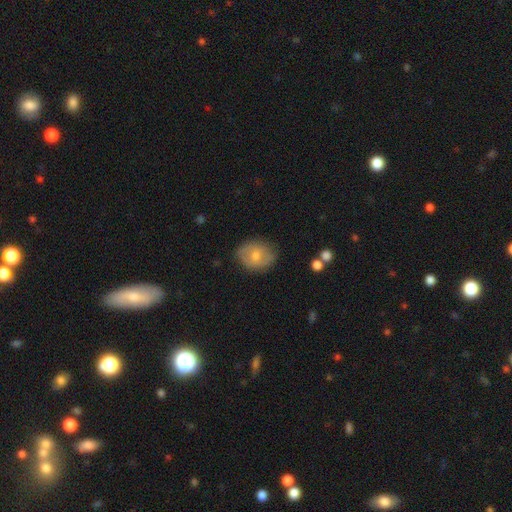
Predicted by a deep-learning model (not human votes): smooth_or_featured: smooth (p=0.60) [alt: featured or disk p=0.33]
how_rounded: in between (p=0.57) [alt: round p=0.42]
merging: none (p=0.76) [alt: minor disturbance p=0.18]